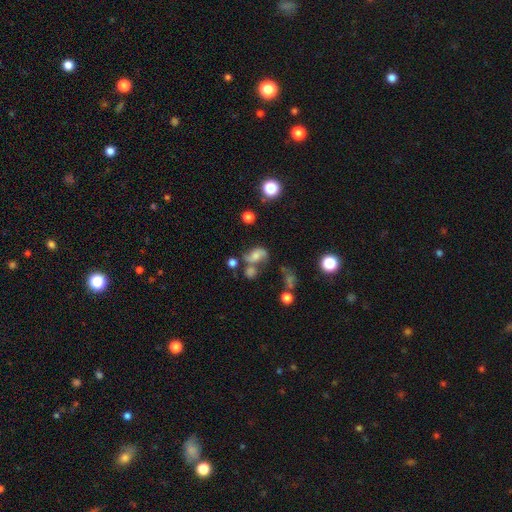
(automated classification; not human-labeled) A featured or disk galaxy (48%). Merging: none (41%).